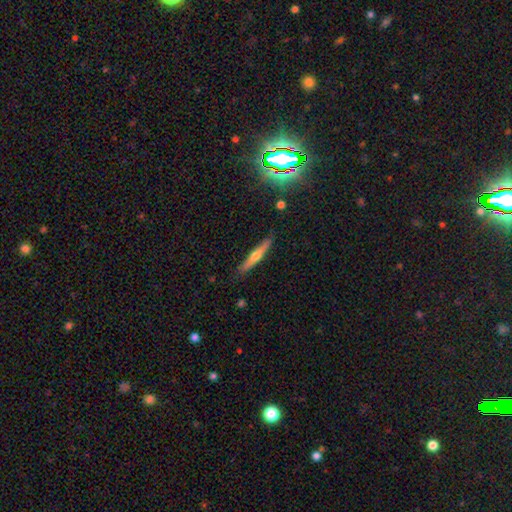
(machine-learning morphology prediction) Smooth or featured? Predicted: featured or disk (p=0.50). Merging? Predicted: none (p=0.88).